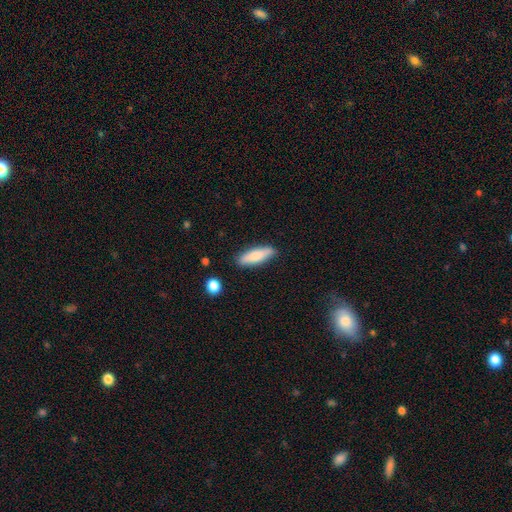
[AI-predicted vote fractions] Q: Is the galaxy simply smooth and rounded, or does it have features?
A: smooth — 76%.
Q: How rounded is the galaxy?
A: cigar-shaped — 60%.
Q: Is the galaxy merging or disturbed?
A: none — 85%.